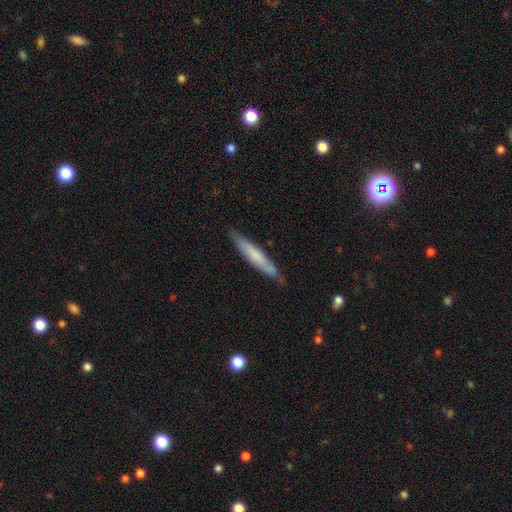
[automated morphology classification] Smooth or featured: smooth — 58% (featured or disk — 37%)
How rounded: cigar-shaped — 93% (in between — 6%)
Merging: none — 81% (minor disturbance — 15%)